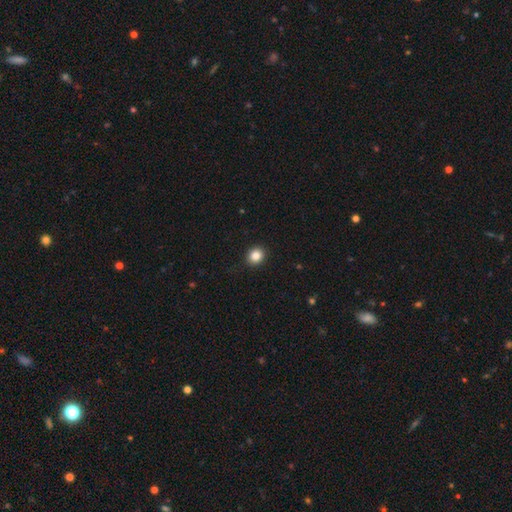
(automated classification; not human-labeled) Morphology: type=smooth (85%); roundness=round (74%); merging=none (91%).